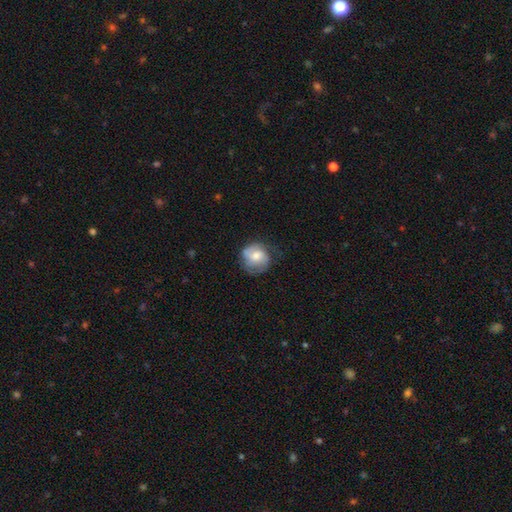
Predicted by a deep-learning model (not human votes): This is possibly a smooth galaxy (49%). Merging: possibly none (57%).